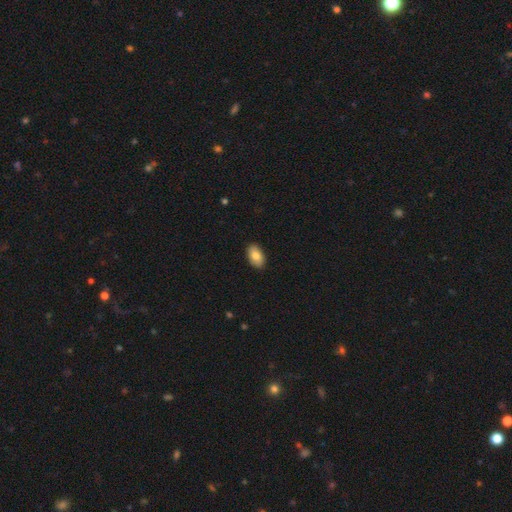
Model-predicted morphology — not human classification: smooth 82%, featured or disk 12%, star or artifact 6%. Down the decision tree: how rounded — in between (93%); merging — none (90%).